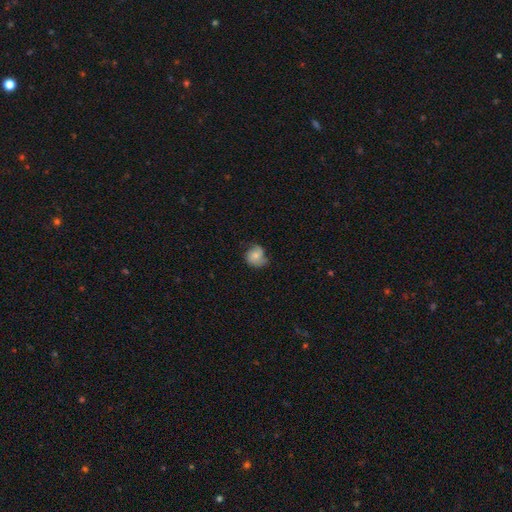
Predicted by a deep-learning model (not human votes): Smooth or featured? Predicted: smooth (p=0.59). How rounded? Predicted: round (p=0.75). Merging? Predicted: none (p=0.54).